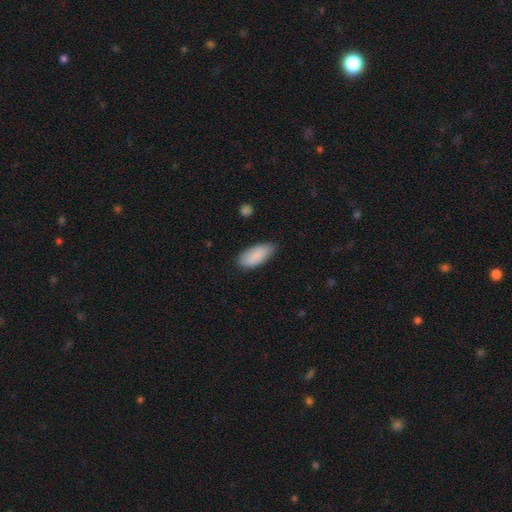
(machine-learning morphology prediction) Overall: smooth (89%). How rounded: in between (87%). Merging: none (79%).